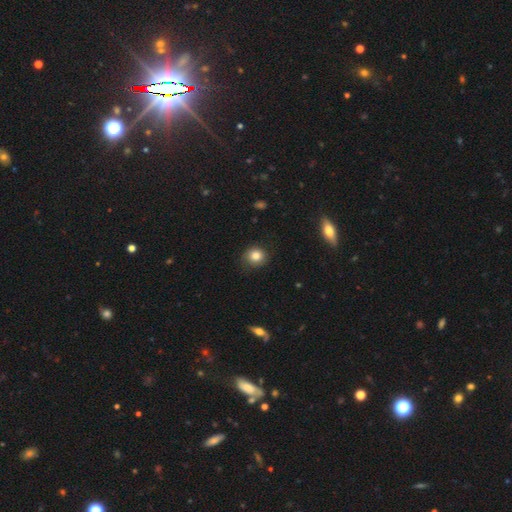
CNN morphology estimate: A smooth galaxy with no disk features (84%) that is round (78%). Merging: none (81%).